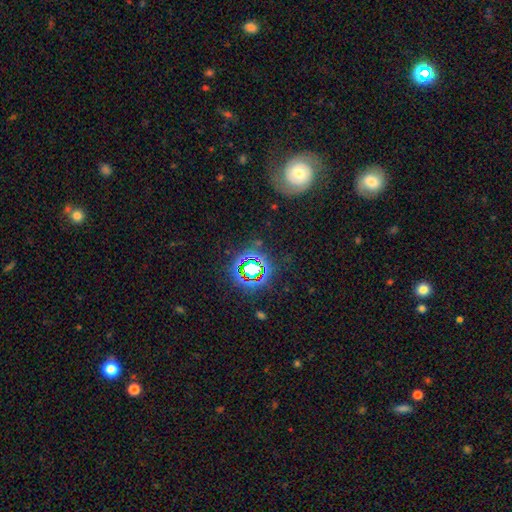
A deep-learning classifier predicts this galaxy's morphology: A star or artifact, not a galaxy (61%).

Vote fractions:
- Smooth or featured? star or artifact: 61% / smooth: 26% / featured or disk: 13%